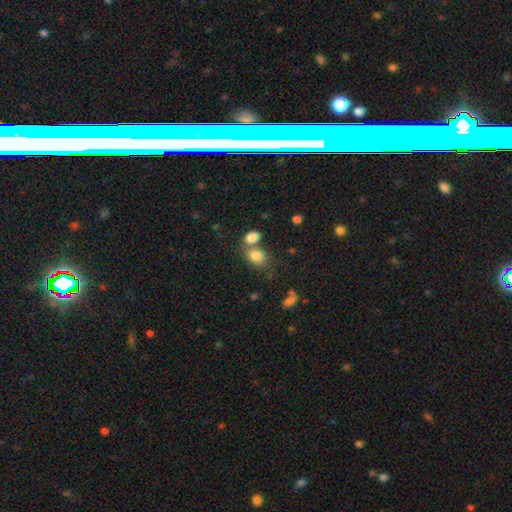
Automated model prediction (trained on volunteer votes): smooth_or_featured: smooth (p=0.82) [alt: star or artifact p=0.10]
how_rounded: in between (p=0.70) [alt: round p=0.29]
merging: merger (p=0.43) [alt: none p=0.41]